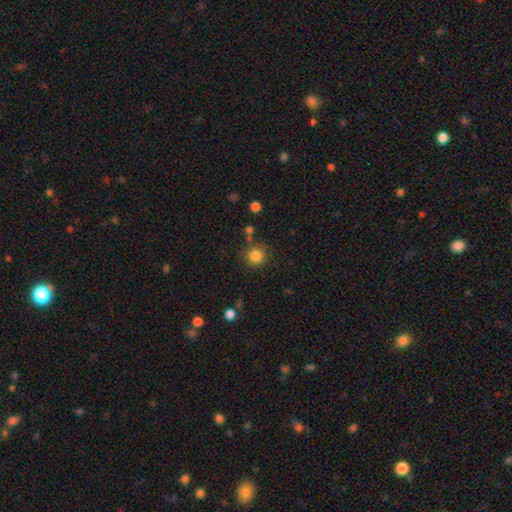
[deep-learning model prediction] Smooth or featured? smooth (84%)
How rounded? round (92%)
Merging? none (81%)